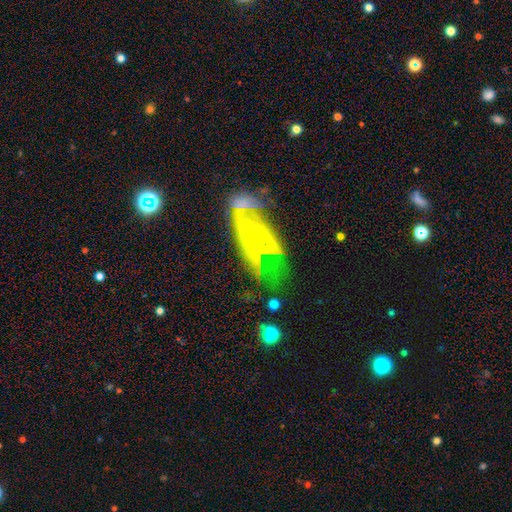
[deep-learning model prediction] This is likely a featured or disk galaxy (65%). It is clearly not viewed edge-on (89%). Bar: likely no (75%). Spiral arm pattern: likely yes (64%). Central bulge: likely small (63%). Merging: marginally none (30%).